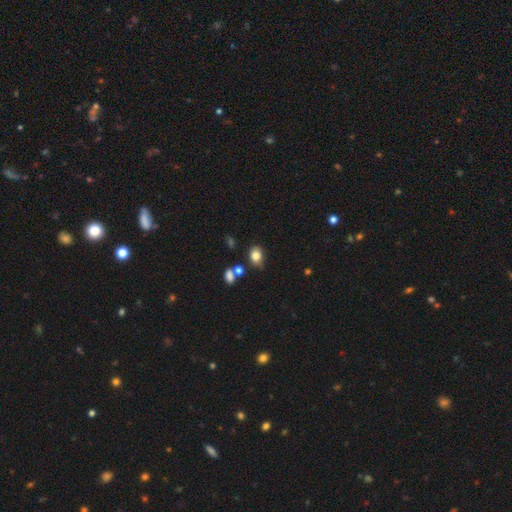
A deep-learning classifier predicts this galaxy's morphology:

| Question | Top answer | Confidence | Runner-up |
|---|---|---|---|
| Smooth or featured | smooth | 81% | star or artifact (11%) |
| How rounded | in between | 61% | round (38%) |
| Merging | none | 69% | minor disturbance (18%) |